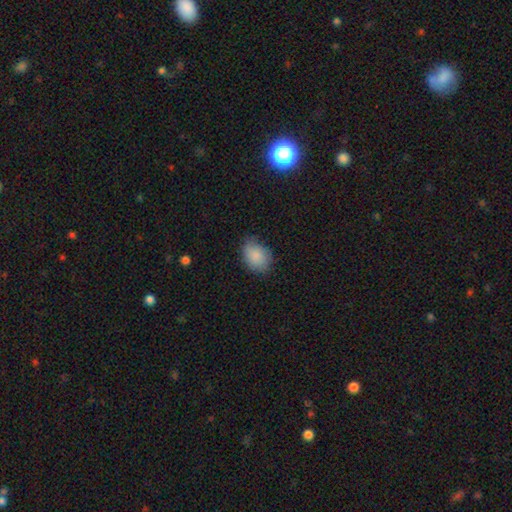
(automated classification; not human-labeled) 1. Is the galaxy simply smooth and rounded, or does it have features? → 86% smooth, 7% star or artifact, 6% featured or disk.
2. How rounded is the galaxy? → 72% in between, 27% round, 1% cigar-shaped.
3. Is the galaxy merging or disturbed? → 69% none, 24% minor disturbance, 5% major disturbance, 1% merger.